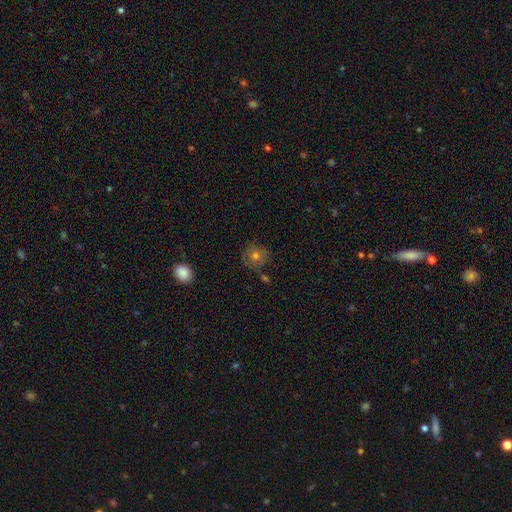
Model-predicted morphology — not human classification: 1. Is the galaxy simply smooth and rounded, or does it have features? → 66% smooth, 21% featured or disk, 13% star or artifact.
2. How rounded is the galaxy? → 91% round, 8% in between, 1% cigar-shaped.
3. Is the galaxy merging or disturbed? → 78% none, 14% minor disturbance, 4% merger, 4% major disturbance.